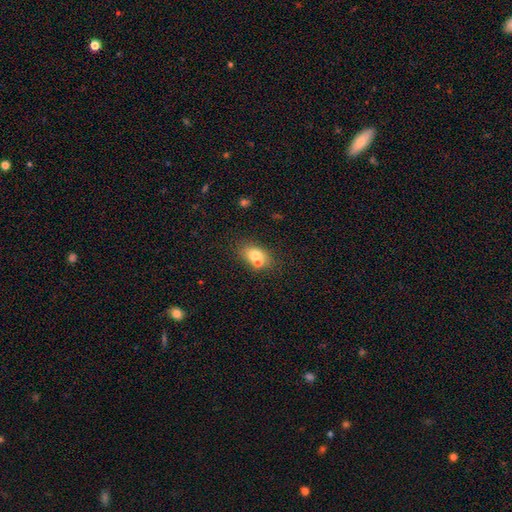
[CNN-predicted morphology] Smooth or featured? Predicted: smooth (p=0.71). How rounded? Predicted: in between (p=0.75). Merging? Predicted: none (p=0.50).